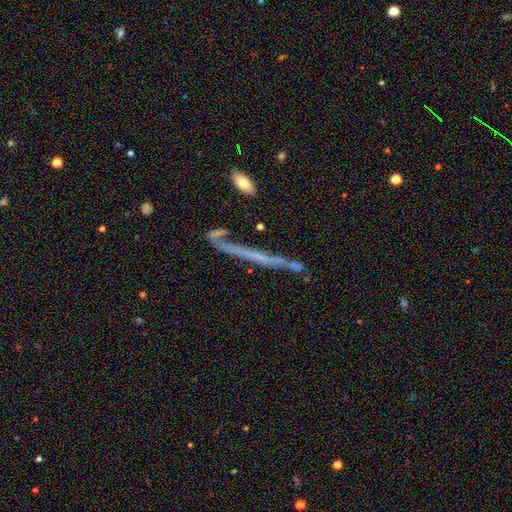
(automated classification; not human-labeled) smooth-or-featured: featured or disk: 53% | smooth: 30% | star or artifact: 17%
  disk-edge-on: yes: 87% | no: 13%
  merging: none: 72% | minor disturbance: 14% | merger: 7% | major disturbance: 7%